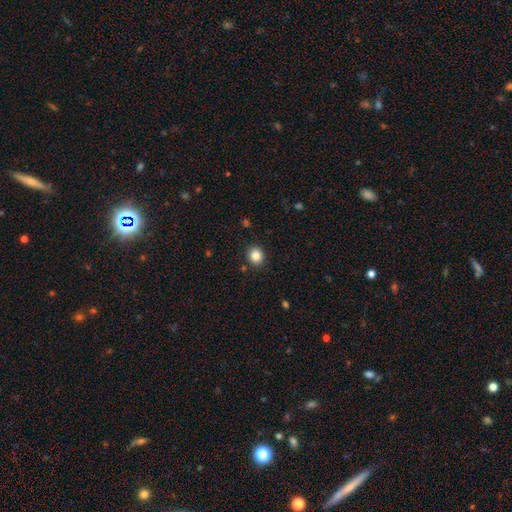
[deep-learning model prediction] This appears to be a smooth galaxy with no disk features (84%) that is round (80%). Merging: none (90%).